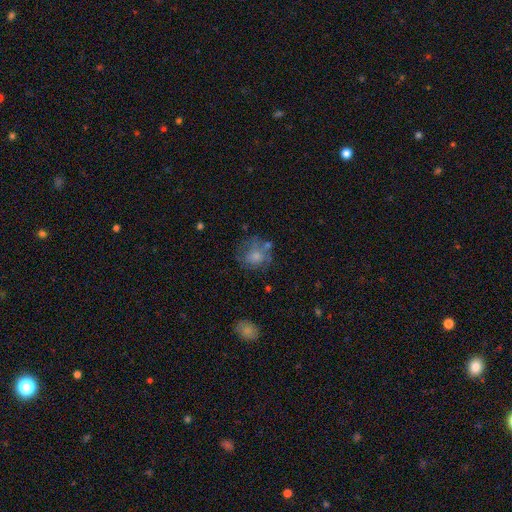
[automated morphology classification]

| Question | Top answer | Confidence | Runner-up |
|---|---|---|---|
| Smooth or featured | smooth | 65% | featured or disk (24%) |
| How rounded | round | 73% | in between (26%) |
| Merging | none | 49% | minor disturbance (24%) |